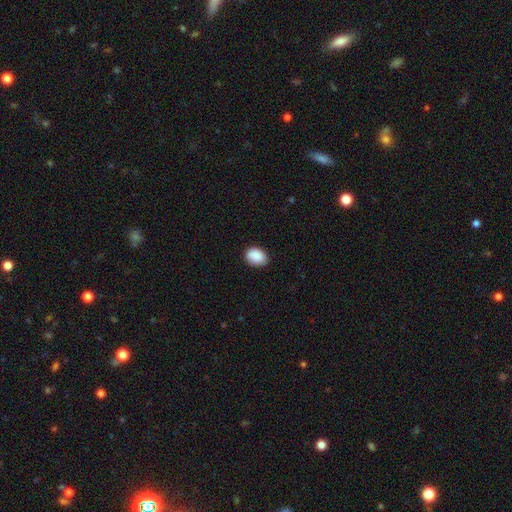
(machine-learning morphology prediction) smooth 89%, star or artifact 7%, featured or disk 4%. Down the decision tree: how rounded — in between (72%); merging — none (79%).